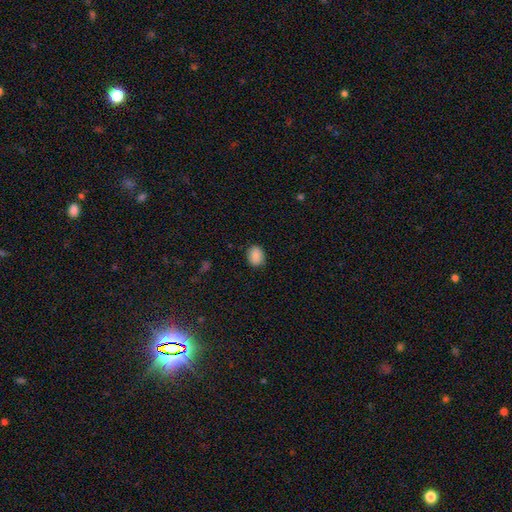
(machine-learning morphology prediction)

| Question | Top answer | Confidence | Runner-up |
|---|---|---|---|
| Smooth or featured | smooth | 89% | star or artifact (8%) |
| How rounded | in between | 55% | round (44%) |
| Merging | none | 85% | minor disturbance (11%) |